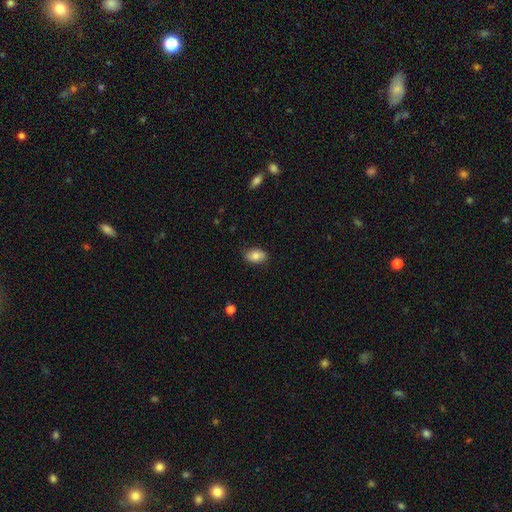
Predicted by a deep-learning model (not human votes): Morphology: type=smooth (83%); roundness=in between (88%); merging=none (85%).